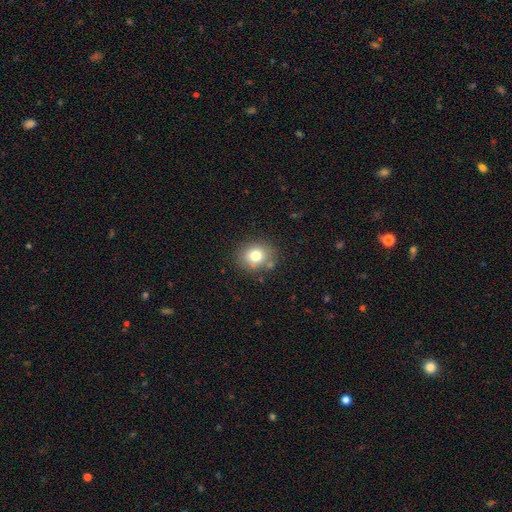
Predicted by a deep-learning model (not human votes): smooth-or-featured: smooth: 77% | star or artifact: 12% | featured or disk: 11%
  how-rounded: round: 71% | in between: 28% | cigar-shaped: 1%
  merging: none: 79% | minor disturbance: 12% | merger: 5% | major disturbance: 4%